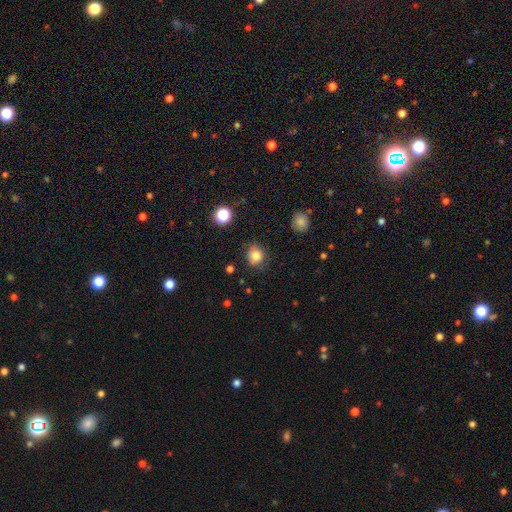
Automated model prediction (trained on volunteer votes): The model was most divided on "how rounded": round: 74%, in between: 25%, cigar-shaped: 1%. More confident: smooth or featured — smooth (81%); merging — none (77%).